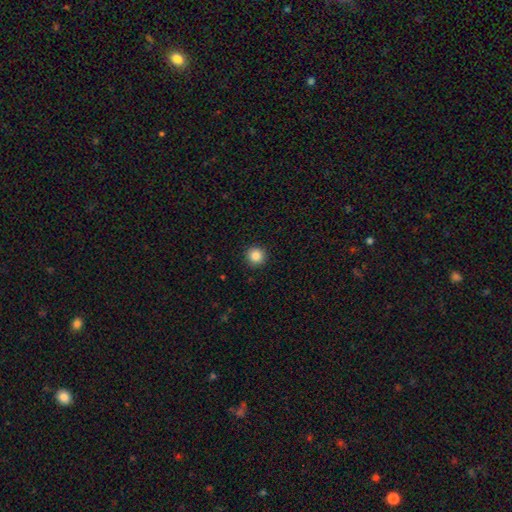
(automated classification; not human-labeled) A smooth galaxy with no disk features (86%) that is round (95%). Merging: none (93%).